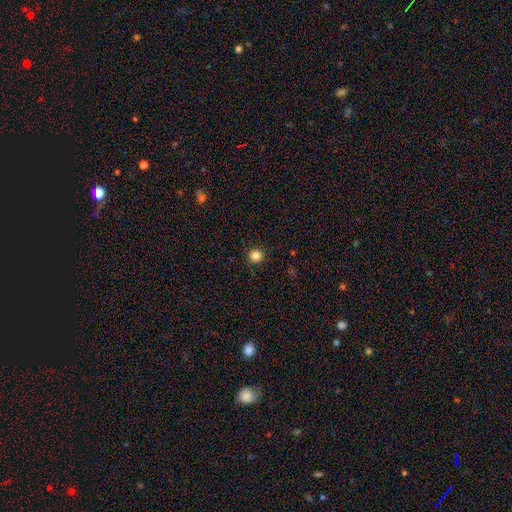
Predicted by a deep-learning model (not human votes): The model was most divided on "smooth or featured": smooth: 84%, star or artifact: 12%, featured or disk: 4%. More confident: how rounded — round (93%); merging — none (91%).